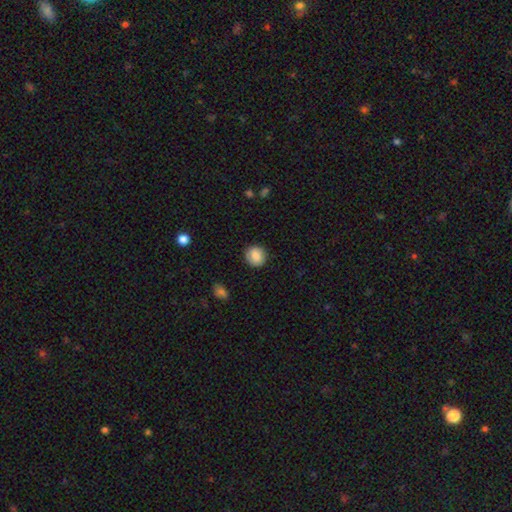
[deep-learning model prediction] A smooth galaxy with no disk features (85%) that is round (82%).

Vote fractions:
- Smooth or featured? smooth: 85% / star or artifact: 8% / featured or disk: 7%
- How rounded? round: 82% / in between: 17% / cigar-shaped: 1%
- Merging? none: 87% / minor disturbance: 9% / major disturbance: 3% / merger: 1%